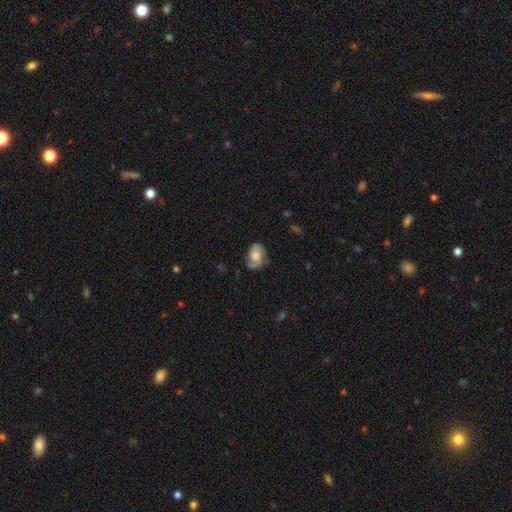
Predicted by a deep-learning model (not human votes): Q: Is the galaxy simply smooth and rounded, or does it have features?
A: featured or disk — 59%.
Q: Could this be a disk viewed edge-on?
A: no — 97%.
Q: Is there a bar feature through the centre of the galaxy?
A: no — 66%.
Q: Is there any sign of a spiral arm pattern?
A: yes — 88%.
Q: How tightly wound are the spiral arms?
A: medium — 44%.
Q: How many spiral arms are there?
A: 2 — 76%.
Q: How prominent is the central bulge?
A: moderate — 41%.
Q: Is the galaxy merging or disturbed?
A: none — 64%.